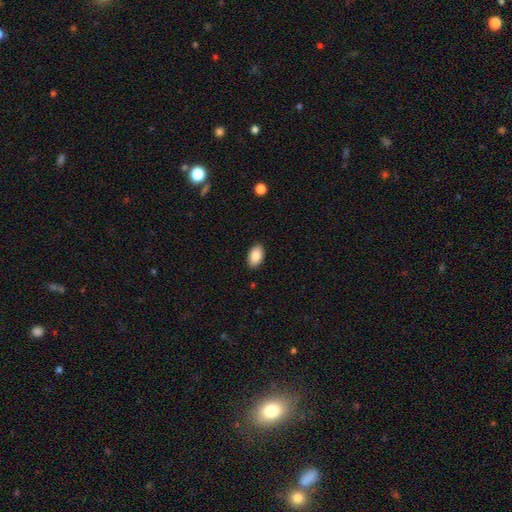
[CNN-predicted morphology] smooth 87%, star or artifact 7%, featured or disk 6%. Down the decision tree: how rounded — in between (92%); merging — none (89%).